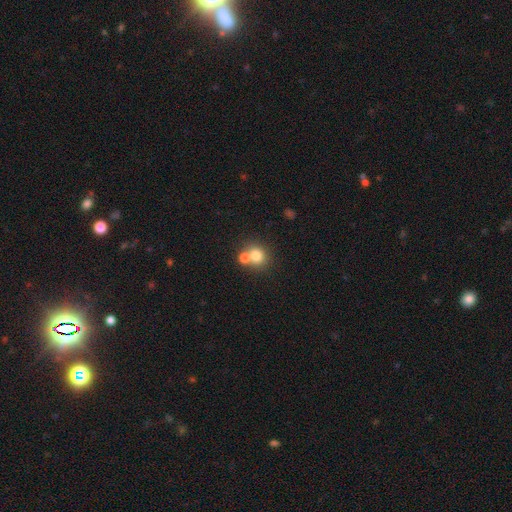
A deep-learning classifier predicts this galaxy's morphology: smooth 77%, star or artifact 12%, featured or disk 11%. Down the decision tree: how rounded — round (84%); merging — none (52%).